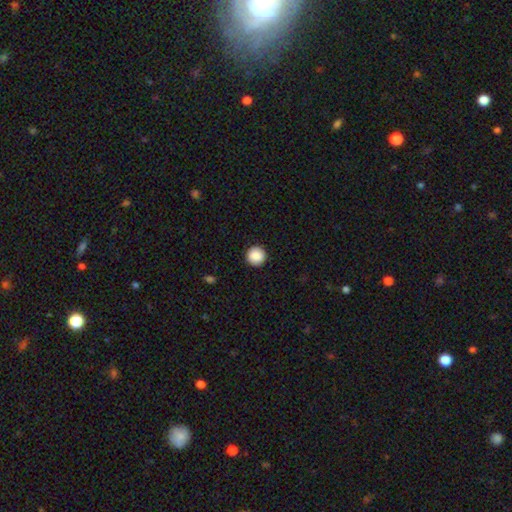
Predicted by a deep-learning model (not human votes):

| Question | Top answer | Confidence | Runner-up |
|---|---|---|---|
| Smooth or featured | smooth | 88% | star or artifact (8%) |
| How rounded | round | 96% | in between (3%) |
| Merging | none | 93% | minor disturbance (5%) |